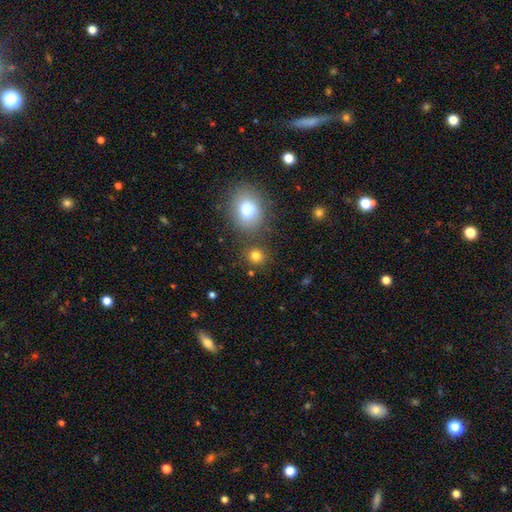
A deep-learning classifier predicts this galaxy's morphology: This is clearly a smooth galaxy (81%). How rounded: clearly round (83%). Merging: clearly none (80%).